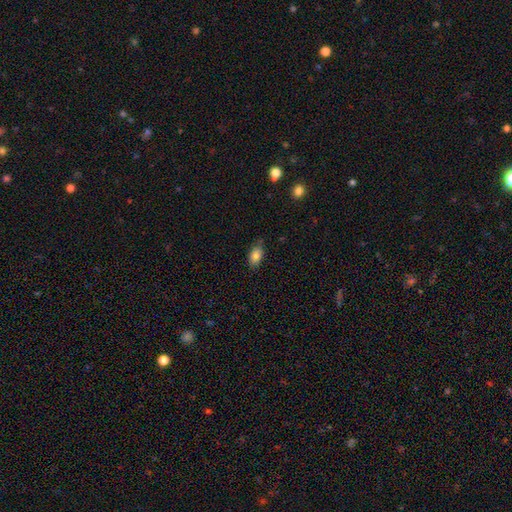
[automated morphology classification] Smooth or featured?
  - smooth: 82% *
  - featured or disk: 10%
  - star or artifact: 8%
How rounded?
  - in between: 89% *
  - round: 7%
  - cigar-shaped: 3%
Merging?
  - none: 78% *
  - minor disturbance: 18%
  - major disturbance: 3%
  - merger: 2%